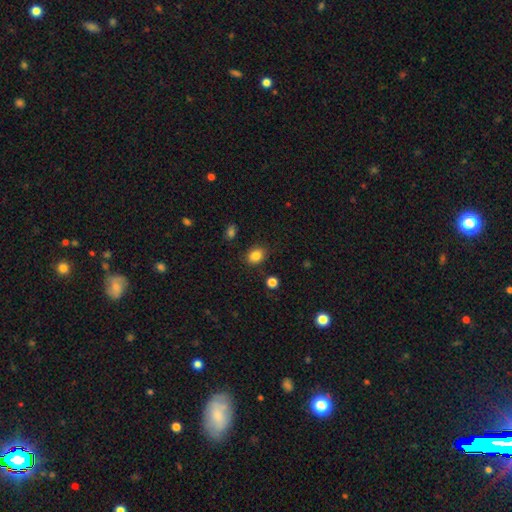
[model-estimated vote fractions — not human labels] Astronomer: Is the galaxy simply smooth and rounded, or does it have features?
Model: smooth — 84%.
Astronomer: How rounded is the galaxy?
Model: in between — 53% (runner-up: round, 46%).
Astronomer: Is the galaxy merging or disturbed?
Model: none — 83%.